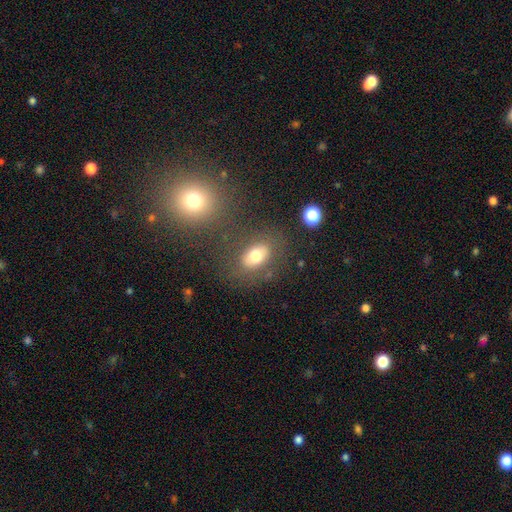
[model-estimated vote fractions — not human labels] A smooth galaxy with no disk features (71%) that is in between round and cigar-shaped (80%). Merging: none (74%).